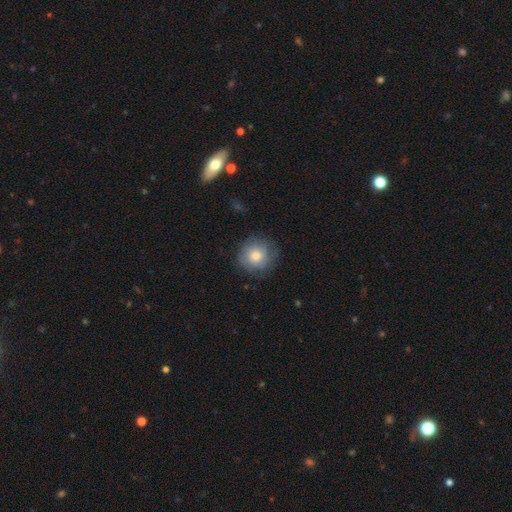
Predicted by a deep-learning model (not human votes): Smooth or featured?
  - smooth: 71% *
  - featured or disk: 20%
  - star or artifact: 9%
How rounded?
  - round: 92% *
  - in between: 7%
  - cigar-shaped: 1%
Merging?
  - none: 80% *
  - minor disturbance: 14%
  - major disturbance: 4%
  - merger: 1%